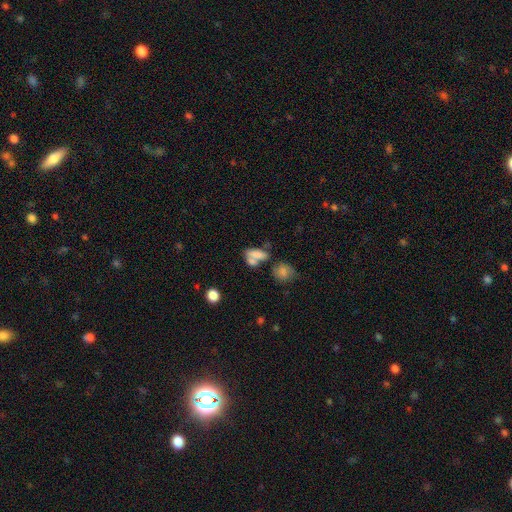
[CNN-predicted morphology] smooth_or_featured: smooth (p=0.74) [alt: featured or disk p=0.15]
how_rounded: in between (p=0.80) [alt: cigar-shaped p=0.10]
merging: merger (p=0.48) [alt: none p=0.30]